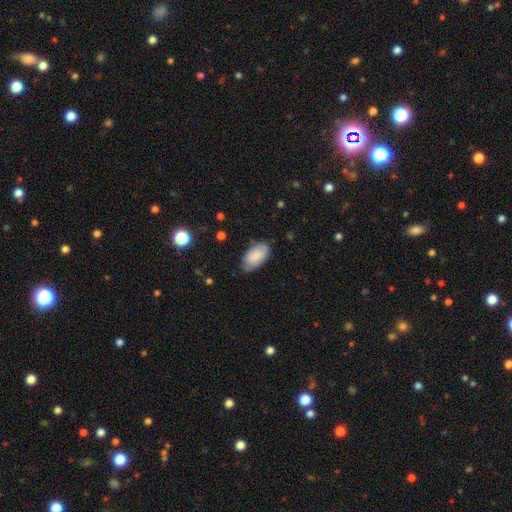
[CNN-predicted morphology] A smooth galaxy with no disk features (85%) that is in between round and cigar-shaped (95%).

Vote fractions:
- Smooth or featured? smooth: 85% / featured or disk: 9% / star or artifact: 6%
- How rounded? in between: 95% / round: 3% / cigar-shaped: 2%
- Merging? none: 75% / minor disturbance: 20% / major disturbance: 4% / merger: 1%